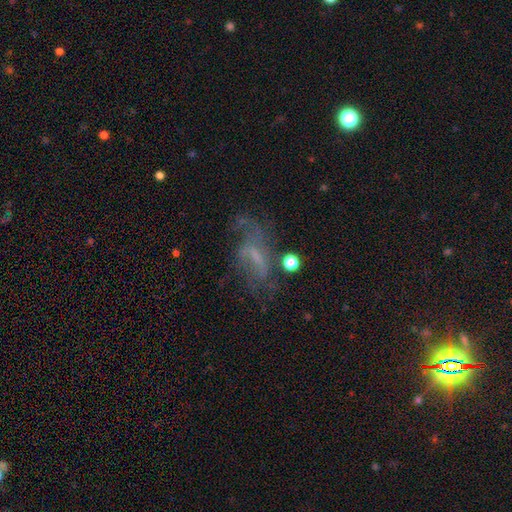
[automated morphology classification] type=featured or disk (59%); edge-on=no (92%); bar=no (41%, tied with weak); spiral arms=yes (59%); bulge=none (43%); merging=none (43%).